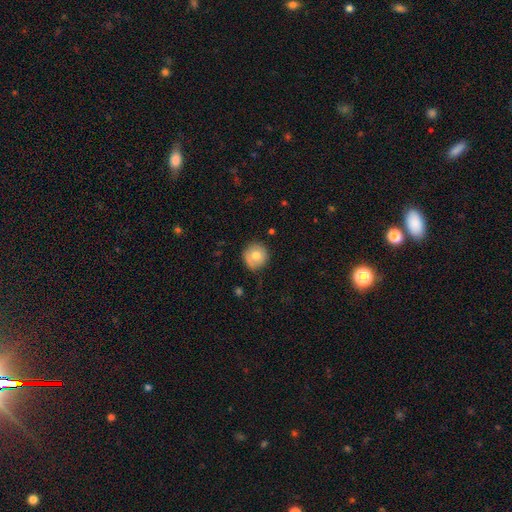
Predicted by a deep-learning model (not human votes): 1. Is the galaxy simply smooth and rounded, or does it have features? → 71% smooth, 21% featured or disk, 8% star or artifact.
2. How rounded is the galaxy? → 93% round, 6% in between, 1% cigar-shaped.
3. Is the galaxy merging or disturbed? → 75% none, 19% minor disturbance, 4% major disturbance, 2% merger.